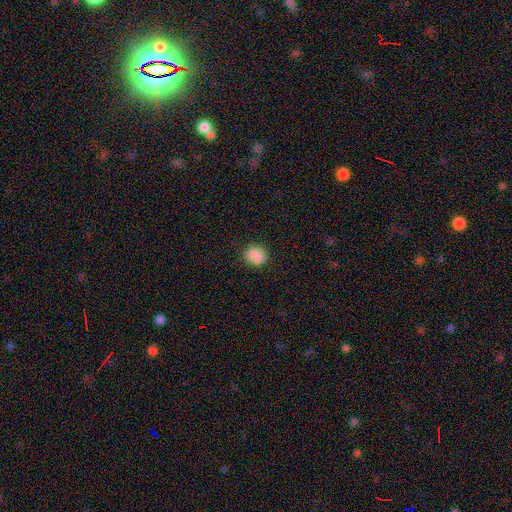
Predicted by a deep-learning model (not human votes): Q: Smooth or featured?
A: smooth (85%); runner-up: star or artifact (9%)
Q: How rounded?
A: round (73%); runner-up: in between (26%)
Q: Merging?
A: none (80%); runner-up: minor disturbance (14%)